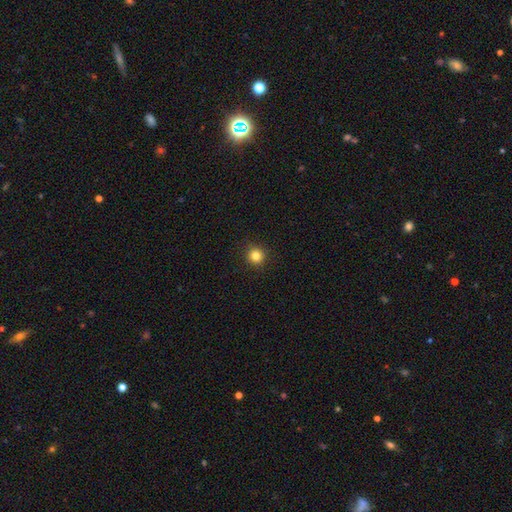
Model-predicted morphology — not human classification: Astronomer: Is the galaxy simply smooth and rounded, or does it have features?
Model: smooth — 83%.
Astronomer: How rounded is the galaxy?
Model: round — 95%.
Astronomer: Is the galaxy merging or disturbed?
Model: none — 92%.